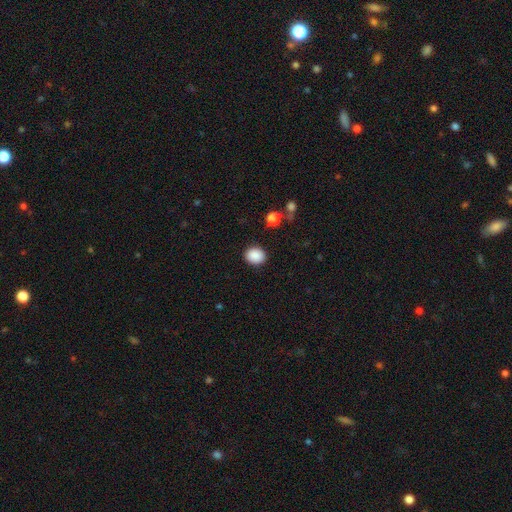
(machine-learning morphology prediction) A smooth galaxy with no disk features (89%) that is round (65%). Merging: none (89%).